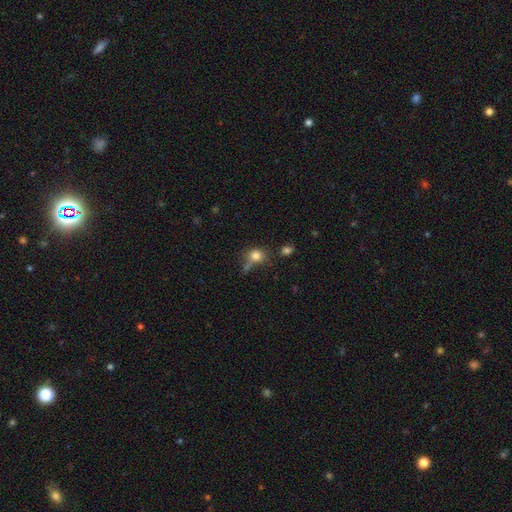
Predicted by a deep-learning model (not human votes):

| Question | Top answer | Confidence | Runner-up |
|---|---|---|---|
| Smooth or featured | smooth | 79% | star or artifact (12%) |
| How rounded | round | 69% | in between (29%) |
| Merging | none | 51% | minor disturbance (20%) |